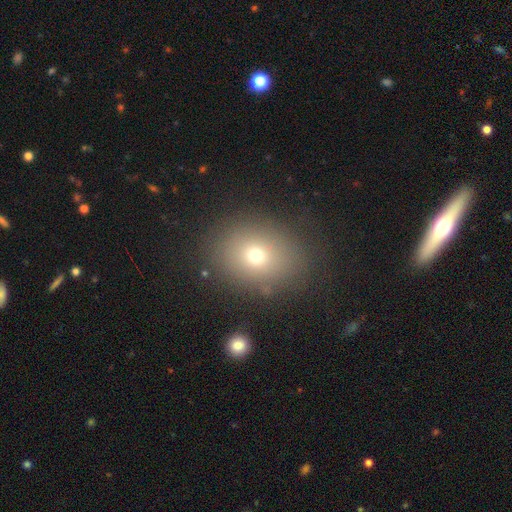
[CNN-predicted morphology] Smooth or featured?
  - smooth: 70% *
  - star or artifact: 17%
  - featured or disk: 13%
How rounded?
  - round: 56% *
  - in between: 43%
  - cigar-shaped: 1%
Merging?
  - none: 81% *
  - minor disturbance: 11%
  - major disturbance: 5%
  - merger: 3%